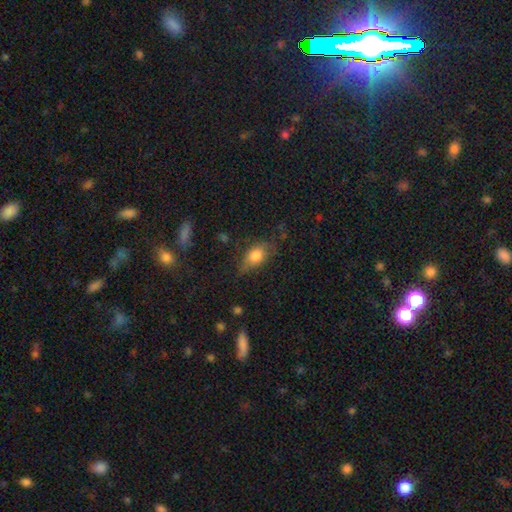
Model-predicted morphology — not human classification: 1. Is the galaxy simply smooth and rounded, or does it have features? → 76% smooth, 15% featured or disk, 9% star or artifact.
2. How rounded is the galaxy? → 80% in between, 14% round, 5% cigar-shaped.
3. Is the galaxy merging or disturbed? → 60% none, 27% minor disturbance, 11% major disturbance, 2% merger.